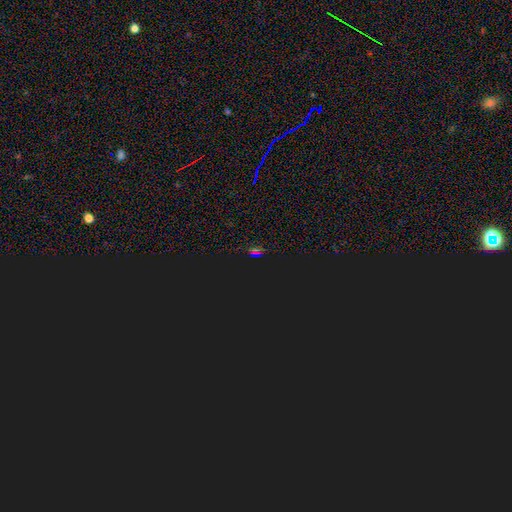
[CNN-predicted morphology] This appears to be a star or artifact, not a galaxy (66%).